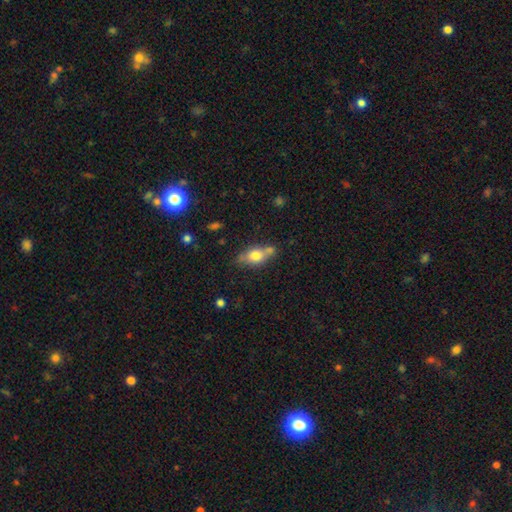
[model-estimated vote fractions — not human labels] This is likely a smooth galaxy (64%). How rounded: likely in between (75%). Merging: possibly none (60%).